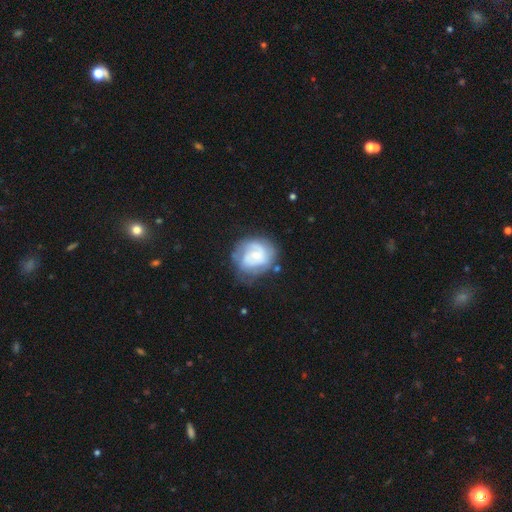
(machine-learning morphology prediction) The model was most divided on "bulge size": small: 60%, moderate: 32%, none: 4%, large: 3%, dominant: 1%. More confident: edge-on disk — no (98%); spiral arms — yes (76%); bar — no (69%); smooth or featured — featured or disk (64%); merging — none (57%).